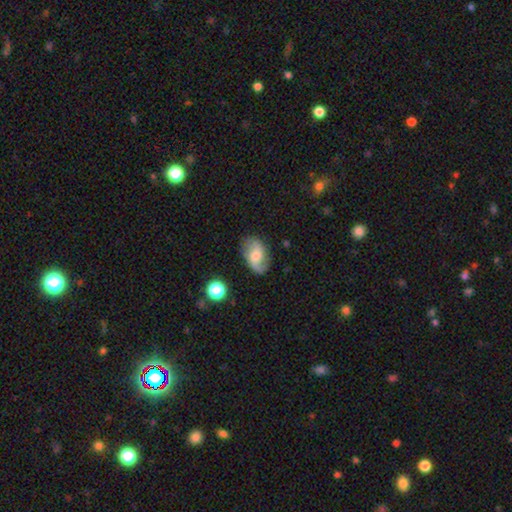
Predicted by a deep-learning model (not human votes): This appears to be a featured or disk galaxy (63%) with no bar (50%), 2 (86%) loose (64%) spiral arms (91%) and a moderate central bulge (54%). Merging: none (77%).